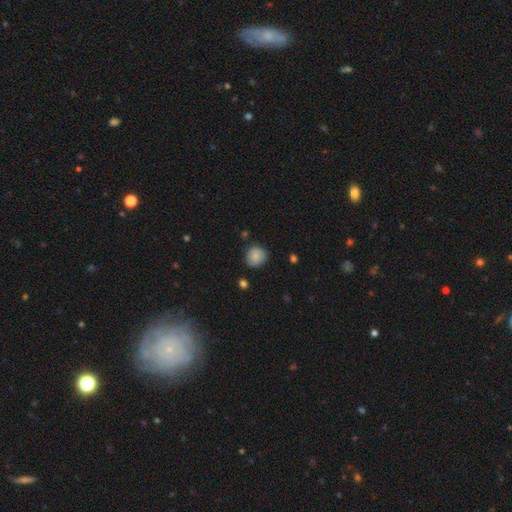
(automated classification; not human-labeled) Smooth or featured? smooth (81%)
How rounded? round (84%)
Merging? none (75%)